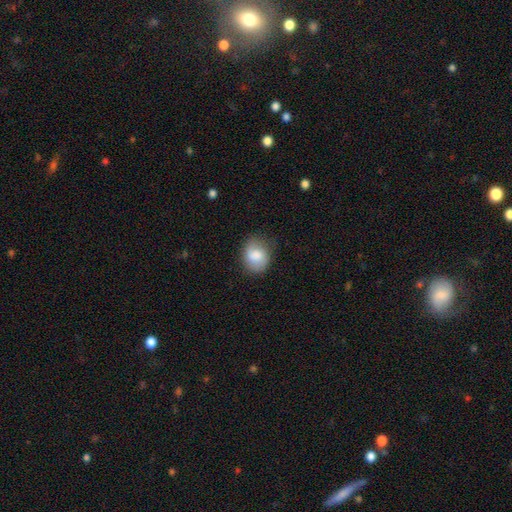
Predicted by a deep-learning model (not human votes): Smooth or featured: smooth — 75% (featured or disk — 18%)
How rounded: round — 54% (in between — 45%)
Merging: none — 74% (minor disturbance — 19%)